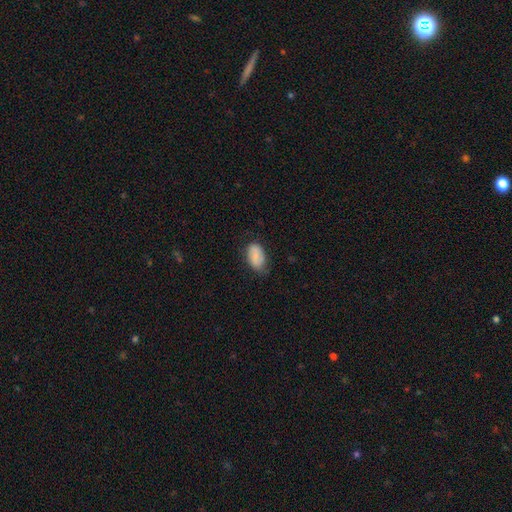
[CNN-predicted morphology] smooth 77%, featured or disk 16%, star or artifact 7%. Down the decision tree: how rounded — in between (93%); merging — none (66%).